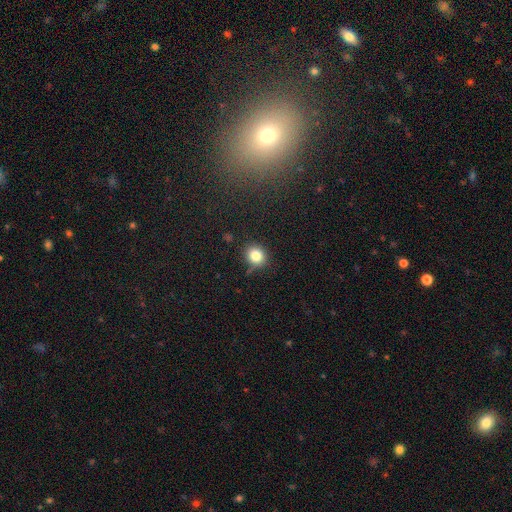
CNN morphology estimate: smooth-or-featured: smooth: 84% | star or artifact: 11% | featured or disk: 6%
  how-rounded: round: 77% | in between: 22% | cigar-shaped: 1%
  merging: none: 81% | minor disturbance: 13% | major disturbance: 3% | merger: 3%